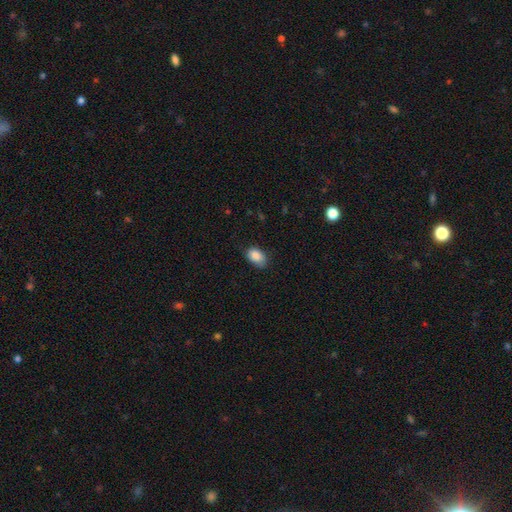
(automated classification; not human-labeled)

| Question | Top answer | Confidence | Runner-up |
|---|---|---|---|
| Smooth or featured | smooth | 87% | star or artifact (8%) |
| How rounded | in between | 85% | round (14%) |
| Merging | none | 72% | minor disturbance (23%) |